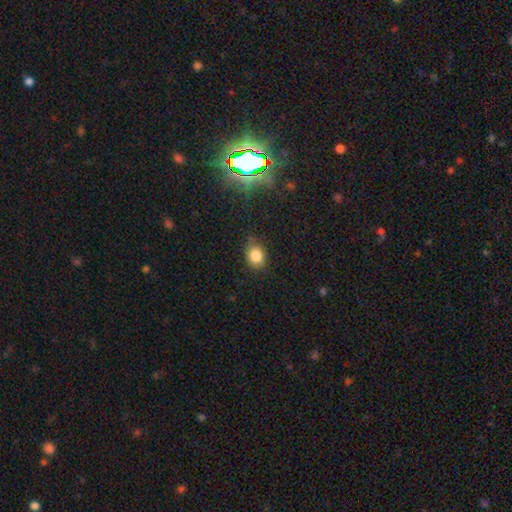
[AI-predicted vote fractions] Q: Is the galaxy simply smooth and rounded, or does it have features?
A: smooth — 83%.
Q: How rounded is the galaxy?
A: round — 54%.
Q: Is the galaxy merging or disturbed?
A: none — 78%.